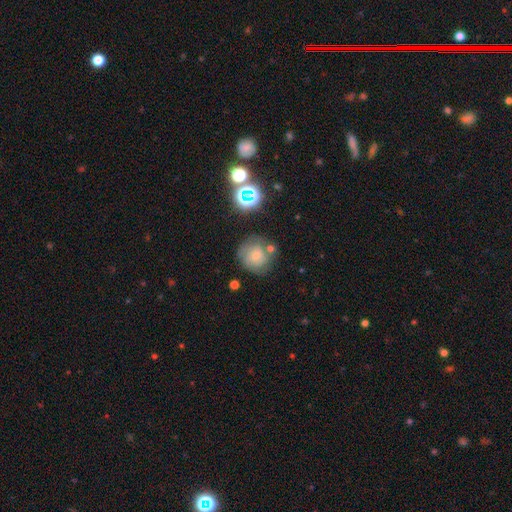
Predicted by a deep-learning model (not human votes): The model was most divided on "smooth or featured": smooth: 51%, featured or disk: 34%, star or artifact: 15%. More confident: how rounded — round (87%); merging — none (60%).